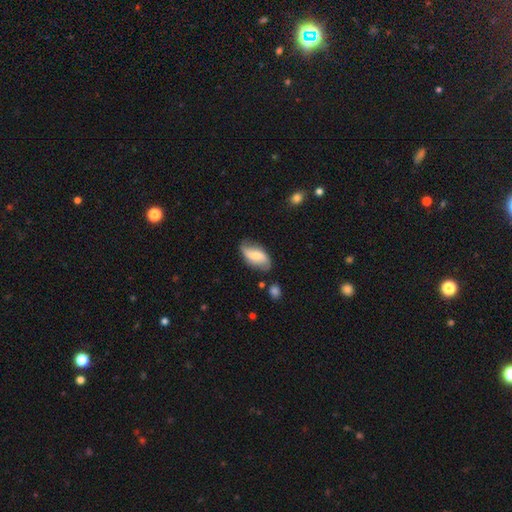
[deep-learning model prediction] The model was most divided on "smooth or featured": featured or disk: 49%, smooth: 43%, star or artifact: 7%. More confident: merging — none (70%).